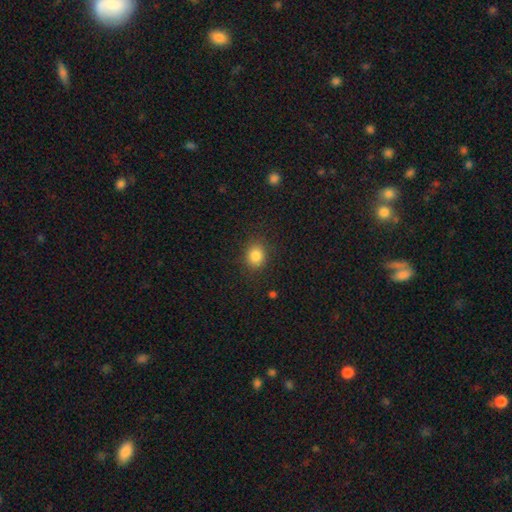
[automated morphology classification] Overall: smooth (84%). How rounded: round (64%; in between 35%). Merging: none (86%).